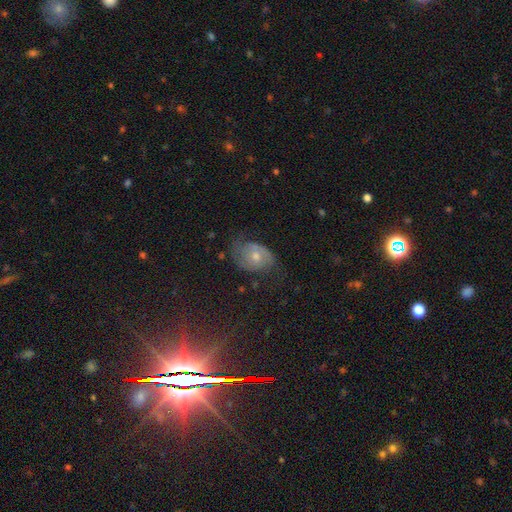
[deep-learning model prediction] This is possibly a featured or disk galaxy (60%). It is clearly not viewed edge-on (96%). Bar: likely no (74%). Spiral arm pattern: clearly yes (82%). Central bulge: possibly moderate (55%). Merging: possibly none (59%).